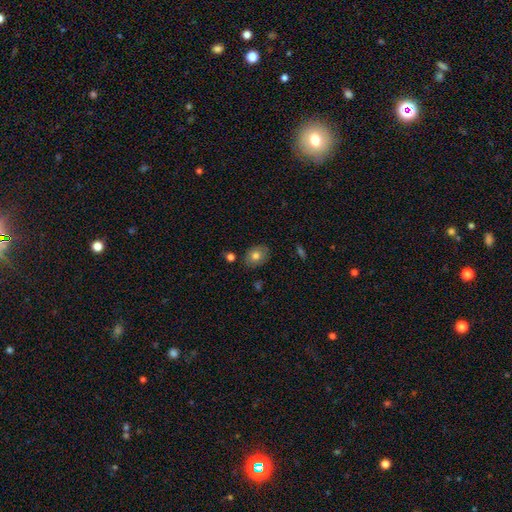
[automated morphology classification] smooth_or_featured: smooth (p=0.73) [alt: featured or disk p=0.19]
how_rounded: in between (p=0.67) [alt: round p=0.32]
merging: none (p=0.83) [alt: minor disturbance p=0.12]